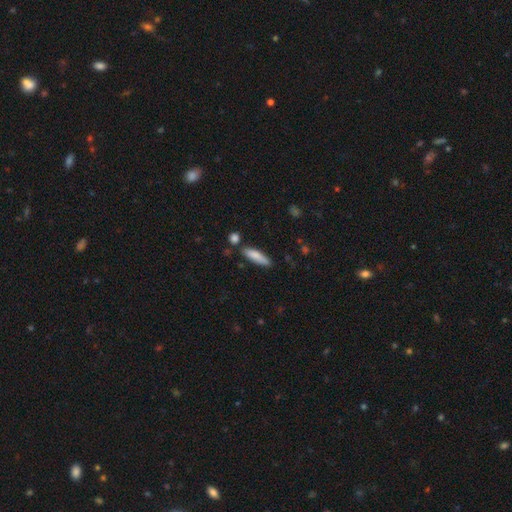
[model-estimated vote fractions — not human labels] smooth 82%, featured or disk 12%, star or artifact 6%. Down the decision tree: how rounded — cigar-shaped (72%); merging — none (75%).